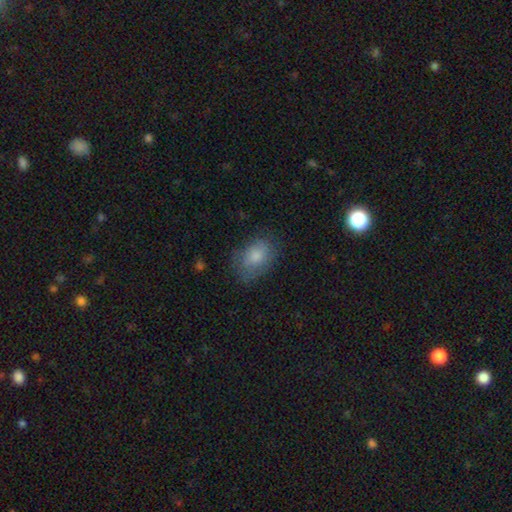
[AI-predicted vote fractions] Smooth or featured: smooth — 76% (featured or disk — 15%)
How rounded: in between — 81% (round — 18%)
Merging: none — 69% (minor disturbance — 22%)